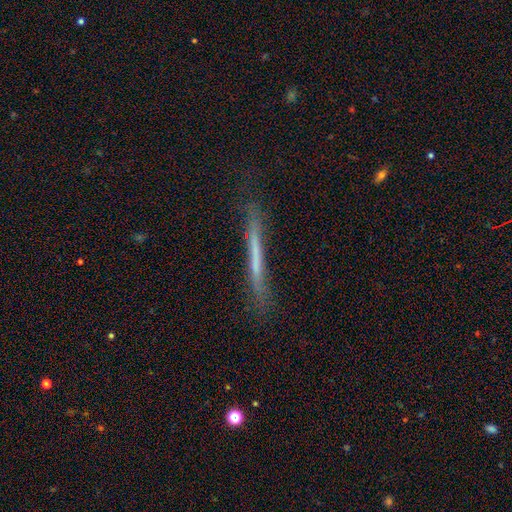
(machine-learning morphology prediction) Overall: featured or disk (46%, tied with smooth). Merging: none (75%).